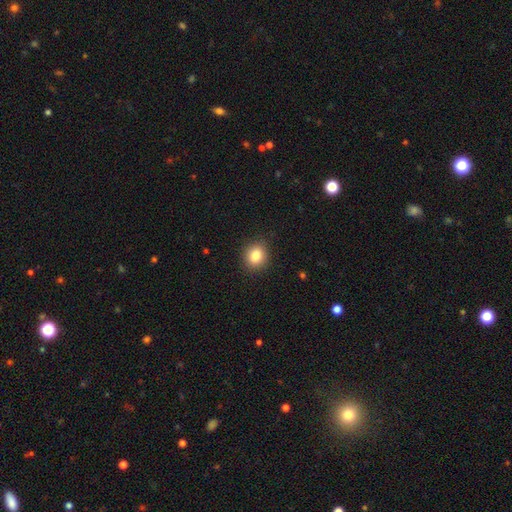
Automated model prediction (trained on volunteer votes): smooth-or-featured: smooth: 84% | star or artifact: 10% | featured or disk: 6%
  how-rounded: round: 64% | in between: 35% | cigar-shaped: 1%
  merging: none: 89% | minor disturbance: 8% | major disturbance: 2% | merger: 1%